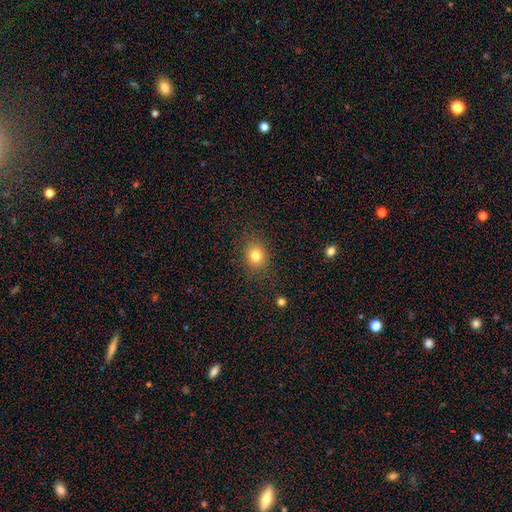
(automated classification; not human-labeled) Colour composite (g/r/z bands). It shows a smooth galaxy with no disk features (80%) that is round (64%). Merging: none (86%).